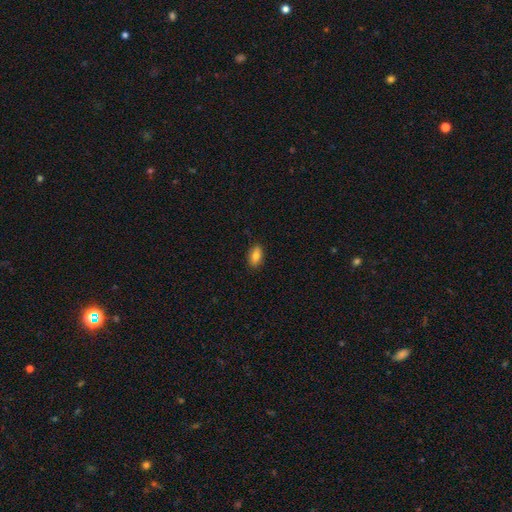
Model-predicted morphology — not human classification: Smooth or featured?
  - smooth: 80% *
  - featured or disk: 12%
  - star or artifact: 8%
How rounded?
  - in between: 88% *
  - cigar-shaped: 6%
  - round: 5%
Merging?
  - none: 87% *
  - minor disturbance: 10%
  - major disturbance: 2%
  - merger: 1%